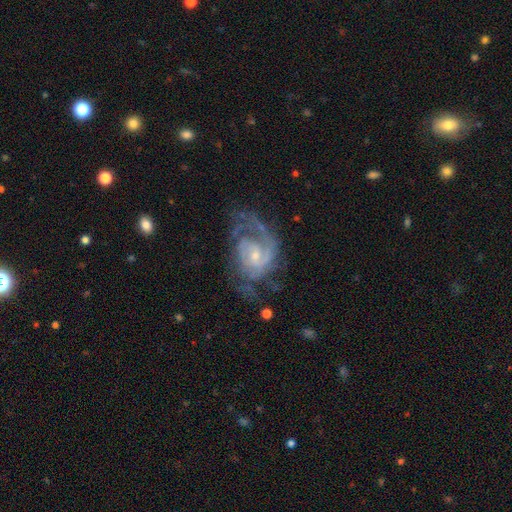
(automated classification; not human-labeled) This appears to be a featured or disk galaxy (87%) with no bar (50%), 2 (47%) medium (45%) spiral arms (94%) and a small central bulge (66%). Merging: none (52%).